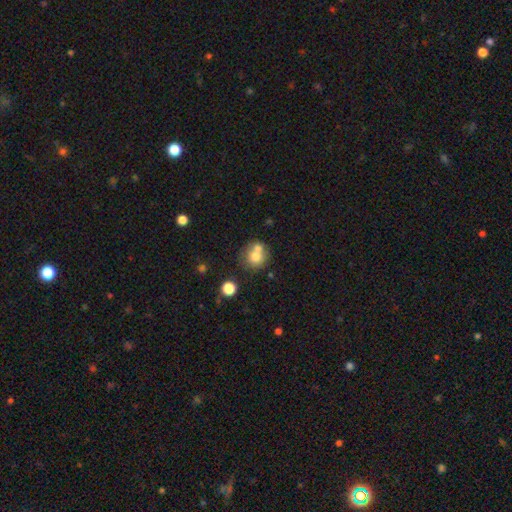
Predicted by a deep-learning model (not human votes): Smooth or featured? Predicted: smooth (p=0.71). How rounded? Predicted: round (p=0.86). Merging? Predicted: none (p=0.48).